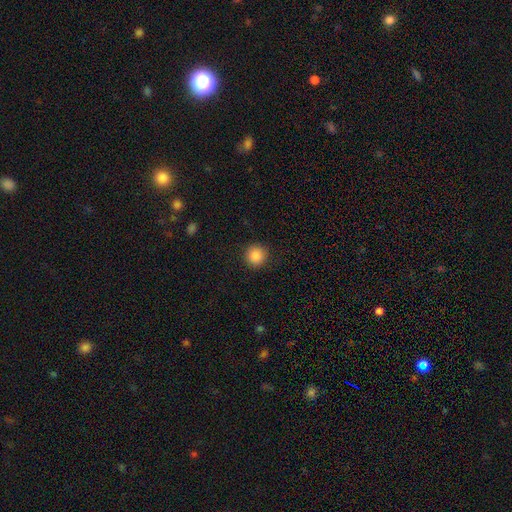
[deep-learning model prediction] Smooth or featured?
  - smooth: 87% *
  - star or artifact: 10%
  - featured or disk: 3%
How rounded?
  - round: 94% *
  - in between: 5%
  - cigar-shaped: 1%
Merging?
  - none: 92% *
  - minor disturbance: 5%
  - major disturbance: 2%
  - merger: 1%